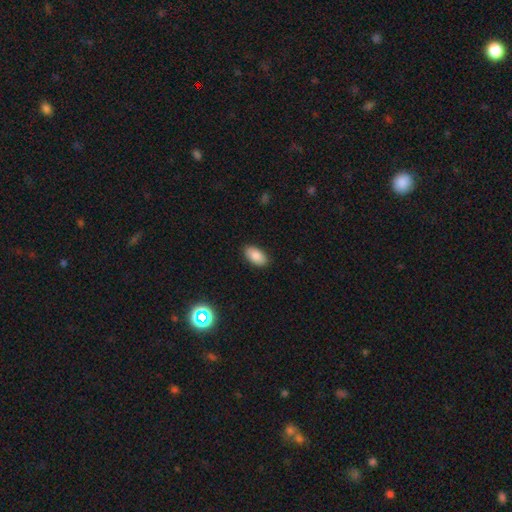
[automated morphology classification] A smooth galaxy with no disk features (83%) that is in between round and cigar-shaped (94%).

Vote fractions:
- Smooth or featured? smooth: 83% / featured or disk: 9% / star or artifact: 8%
- How rounded? in between: 94% / round: 4% / cigar-shaped: 2%
- Merging? none: 88% / minor disturbance: 9% / major disturbance: 2% / merger: 1%